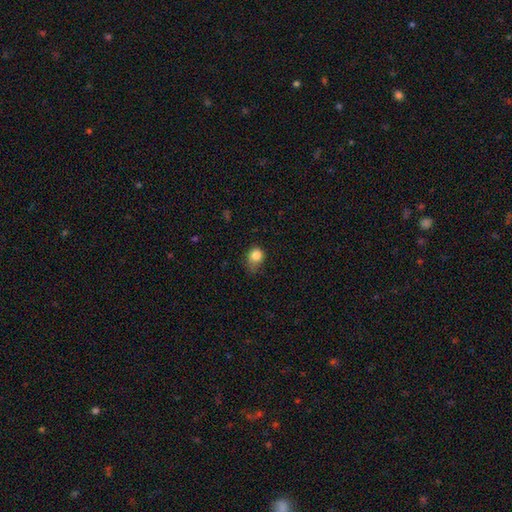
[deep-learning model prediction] Smooth or featured?
  - smooth: 84% *
  - star or artifact: 10%
  - featured or disk: 6%
How rounded?
  - round: 65% *
  - in between: 34%
  - cigar-shaped: 1%
Merging?
  - minor disturbance: 42% *
  - none: 40%
  - major disturbance: 15%
  - merger: 2%